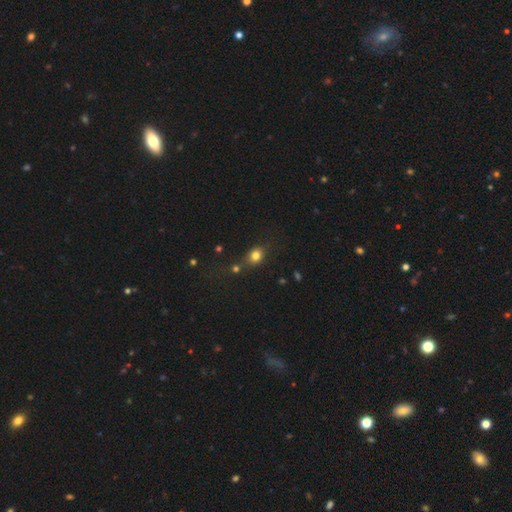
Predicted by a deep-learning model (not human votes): This appears to be a smooth galaxy with no disk features (79%) that is round (54%). Merging: none (61%).